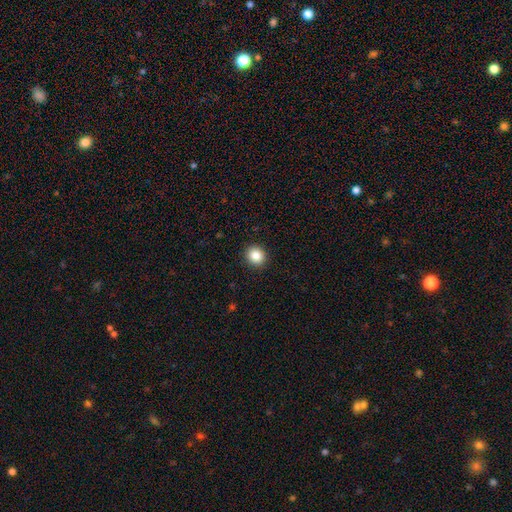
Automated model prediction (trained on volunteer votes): Smooth or featured?
  - smooth: 86% *
  - star or artifact: 9%
  - featured or disk: 4%
How rounded?
  - round: 80% *
  - in between: 19%
  - cigar-shaped: 1%
Merging?
  - none: 92% *
  - minor disturbance: 5%
  - major disturbance: 2%
  - merger: 1%